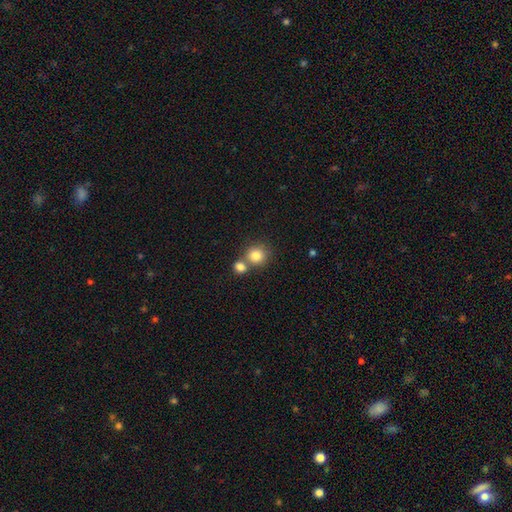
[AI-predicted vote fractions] This is clearly a smooth galaxy (82%). How rounded: clearly round (89%). Merging: possibly none (54%).